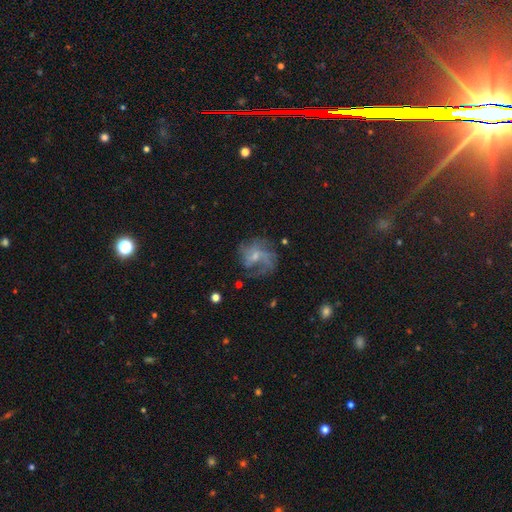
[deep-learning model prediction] Smooth or featured? featured or disk (71%)
Edge-on disk? no (98%)
Bar? no (58%)
Spiral arms? yes (83%)
Spiral winding? medium (41%)
Spiral arm count? can't tell (32%)
Bulge size? small (66%)
Merging? none (50%)